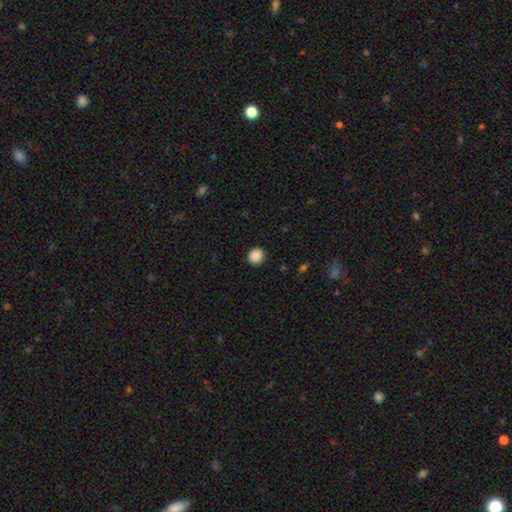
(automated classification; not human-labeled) Morphology: type=smooth (89%); roundness=round (86%); merging=none (91%).